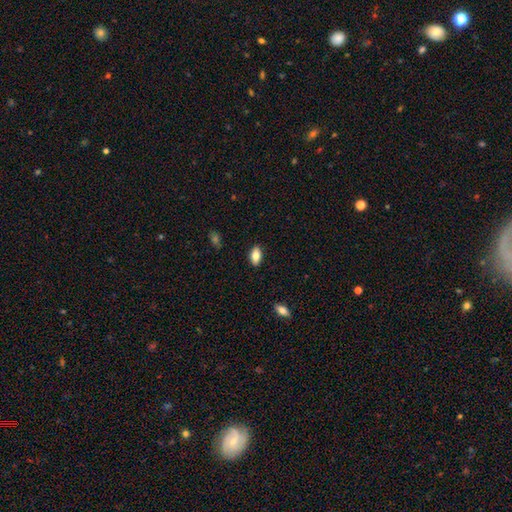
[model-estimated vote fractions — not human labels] Smooth or featured: smooth — 78% (featured or disk — 15%)
How rounded: in between — 91% (cigar-shaped — 6%)
Merging: none — 88% (minor disturbance — 9%)